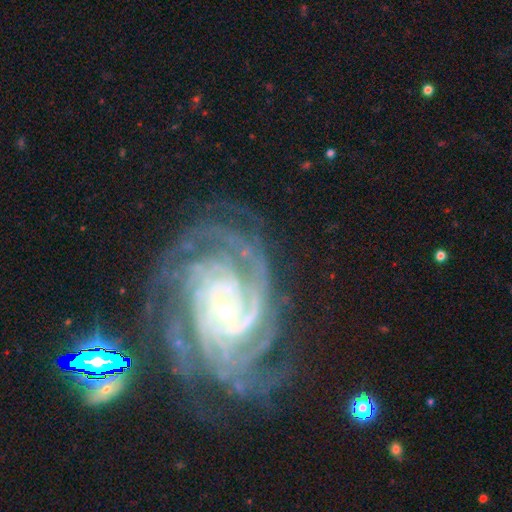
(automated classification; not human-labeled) Smooth or featured? featured or disk (92%)
Edge-on disk? no (98%)
Bar? no (56%)
Spiral arms? yes (98%)
Spiral winding? tight (74%)
Spiral arm count? 4 (28%)
Bulge size? small (71%)
Merging? none (66%)